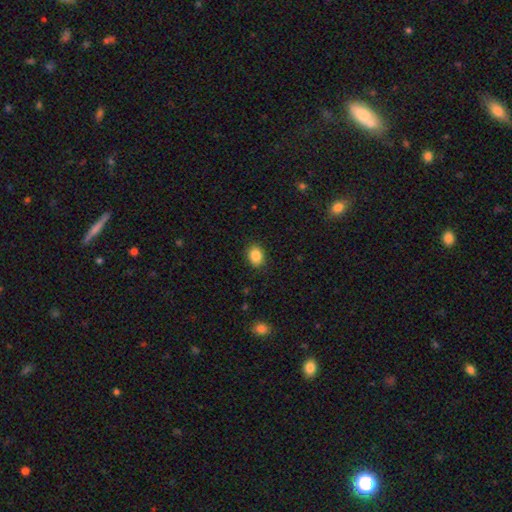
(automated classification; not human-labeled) Smooth or featured: smooth — 87% (star or artifact — 9%)
How rounded: in between — 60% (round — 39%)
Merging: none — 88% (minor disturbance — 9%)